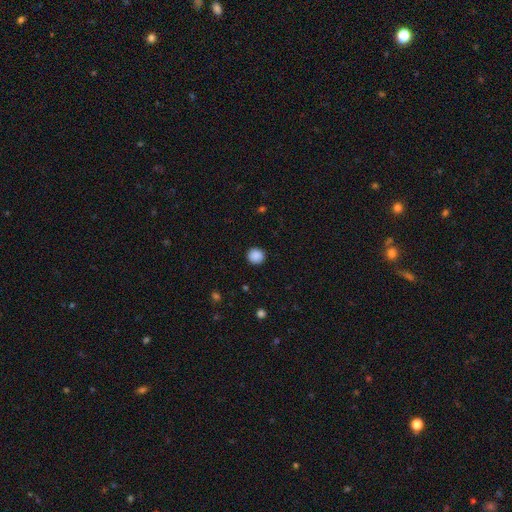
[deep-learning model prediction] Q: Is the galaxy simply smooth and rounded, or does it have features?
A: smooth — 88%.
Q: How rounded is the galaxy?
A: round — 92%.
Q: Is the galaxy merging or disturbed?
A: none — 91%.